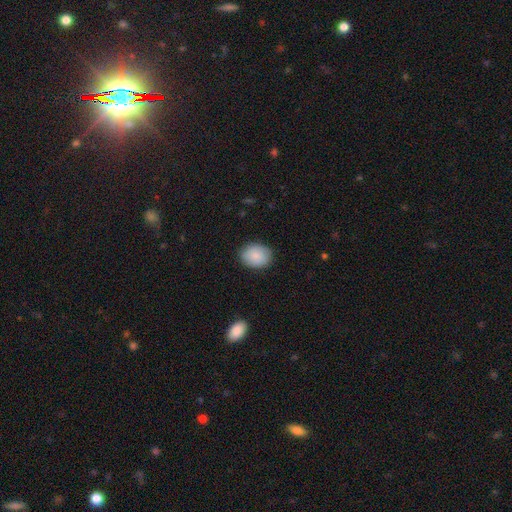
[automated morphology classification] type=smooth (88%); roundness=in between (61%); merging=none (86%).